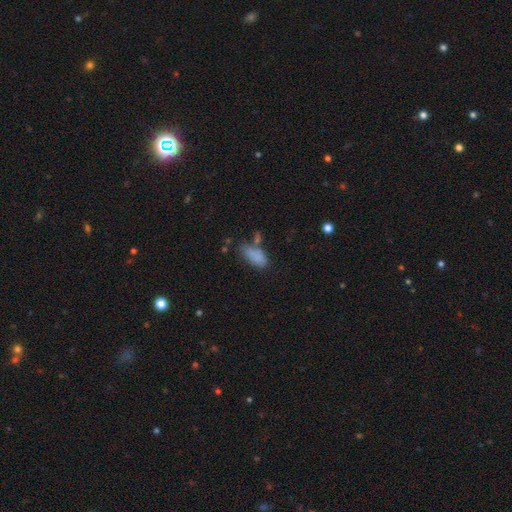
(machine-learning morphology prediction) Smooth or featured? Predicted: smooth (p=0.80). How rounded? Predicted: in between (p=0.87). Merging? Predicted: none (p=0.45).